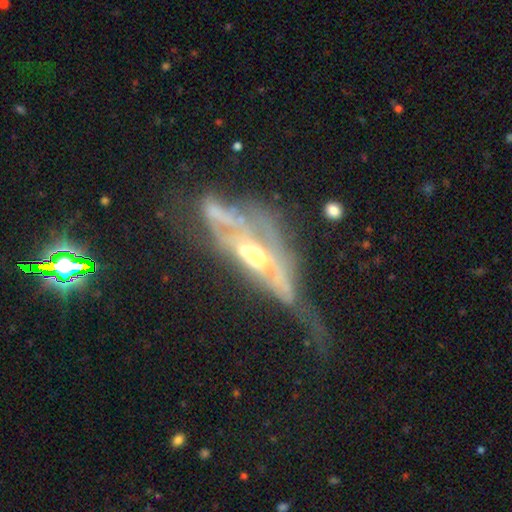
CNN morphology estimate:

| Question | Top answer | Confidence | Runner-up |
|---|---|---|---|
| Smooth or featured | featured or disk | 72% | smooth (16%) |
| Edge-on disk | no | 73% | yes (27%) |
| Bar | no | 77% | weak (15%) |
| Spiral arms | no | 68% | yes (32%) |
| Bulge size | moderate | 63% | small (17%) |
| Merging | major disturbance | 43% | merger (26%) |